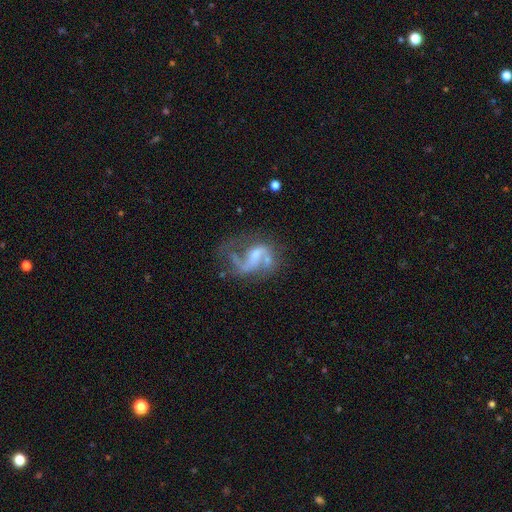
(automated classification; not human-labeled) This is clearly a featured or disk galaxy (81%). It is clearly not viewed edge-on (97%). Bar: possibly weak (46%). Spiral arm pattern: clearly yes (86%). Spiral arm count: likely 2 (71%). Spiral winding: likely loose (61%). Central bulge: marginally small (45%). Merging: marginally none (38%).